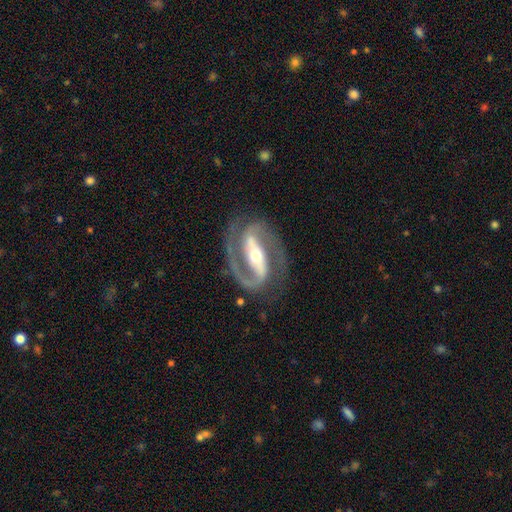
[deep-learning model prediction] Smooth or featured? featured or disk (92%)
Edge-on disk? no (96%)
Bar? strong (70%)
Spiral arms? yes (97%)
Spiral winding? medium (54%)
Spiral arm count? 2 (91%)
Bulge size? moderate (56%)
Merging? none (79%)